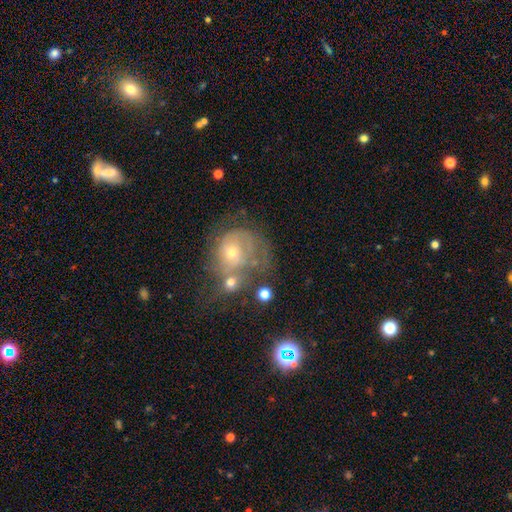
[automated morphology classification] Q: Smooth or featured?
A: featured or disk (61%); runner-up: smooth (23%)
Q: Edge-on disk?
A: no (97%); runner-up: yes (3%)
Q: Bar?
A: no (79%); runner-up: weak (17%)
Q: Spiral arms?
A: yes (70%); runner-up: no (30%)
Q: Bulge size?
A: small (53%); runner-up: moderate (42%)
Q: Merging?
A: none (39%); runner-up: major disturbance (22%)